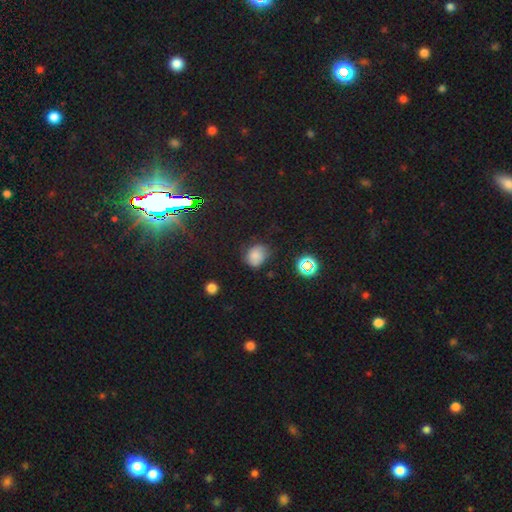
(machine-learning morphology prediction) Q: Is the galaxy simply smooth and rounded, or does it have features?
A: smooth — 73%.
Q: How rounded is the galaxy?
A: round — 63%.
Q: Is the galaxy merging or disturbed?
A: none — 61%.